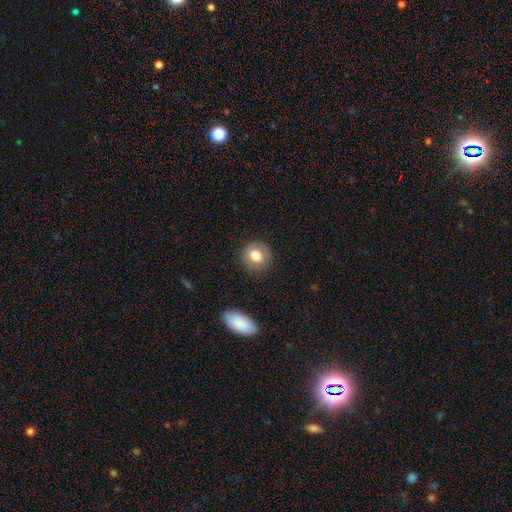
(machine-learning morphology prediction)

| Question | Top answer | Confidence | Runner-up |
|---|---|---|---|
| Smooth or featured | smooth | 77% | featured or disk (14%) |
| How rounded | round | 82% | in between (17%) |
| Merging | none | 83% | minor disturbance (12%) |